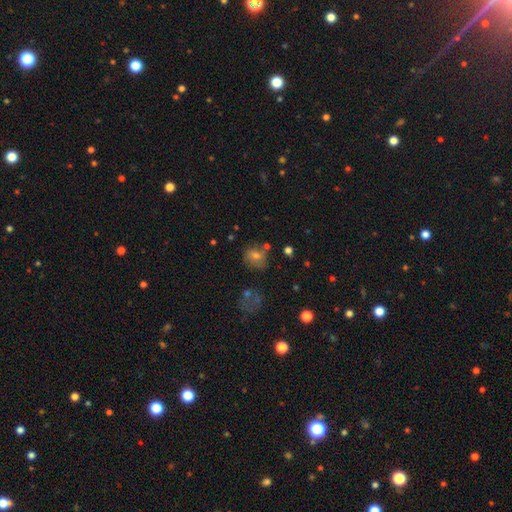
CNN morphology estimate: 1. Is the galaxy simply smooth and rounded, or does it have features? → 62% smooth, 20% featured or disk, 18% star or artifact.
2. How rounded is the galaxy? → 73% round, 25% in between, 1% cigar-shaped.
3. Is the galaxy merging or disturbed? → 66% none, 17% minor disturbance, 10% merger, 7% major disturbance.